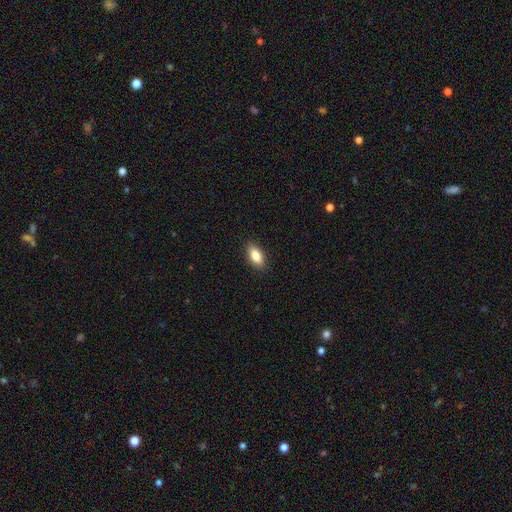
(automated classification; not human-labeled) Smooth or featured? smooth (84%)
How rounded? in between (87%)
Merging? none (89%)